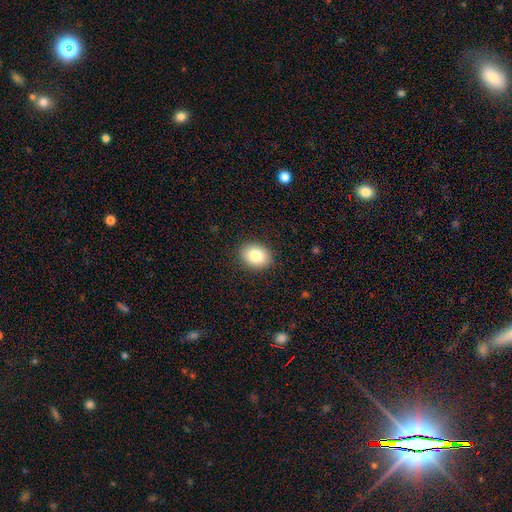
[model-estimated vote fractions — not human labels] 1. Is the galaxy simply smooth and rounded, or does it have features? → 85% smooth, 8% star or artifact, 7% featured or disk.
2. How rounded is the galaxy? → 59% in between, 40% round, 1% cigar-shaped.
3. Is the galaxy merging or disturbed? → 89% none, 8% minor disturbance, 2% major disturbance, 1% merger.